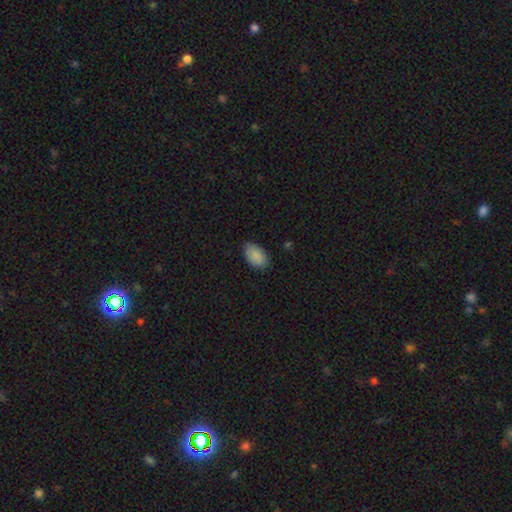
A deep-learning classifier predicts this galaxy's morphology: smooth_or_featured: smooth (p=0.88) [alt: star or artifact p=0.07]
how_rounded: in between (p=0.93) [alt: round p=0.06]
merging: none (p=0.73) [alt: minor disturbance p=0.23]